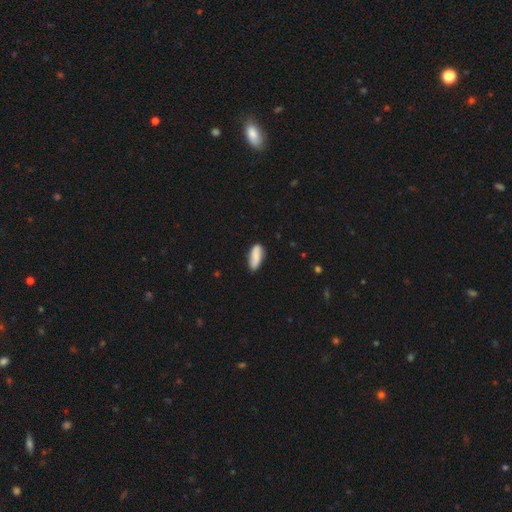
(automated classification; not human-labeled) This is likely a smooth galaxy (79%). How rounded: likely in between (74%). Merging: likely none (74%).